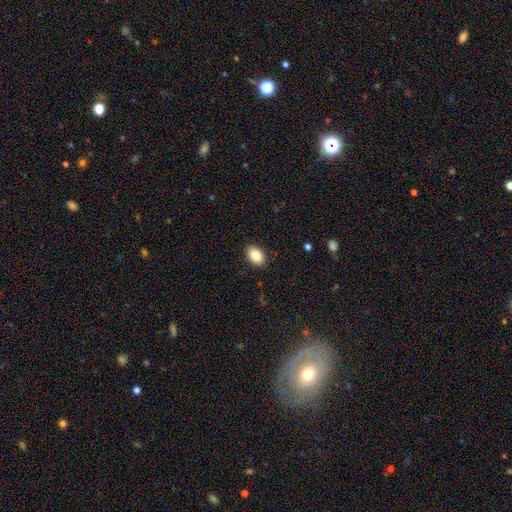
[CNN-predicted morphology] This appears to be a smooth galaxy with no disk features (86%) that is in between round and cigar-shaped (83%). Merging: none (89%).